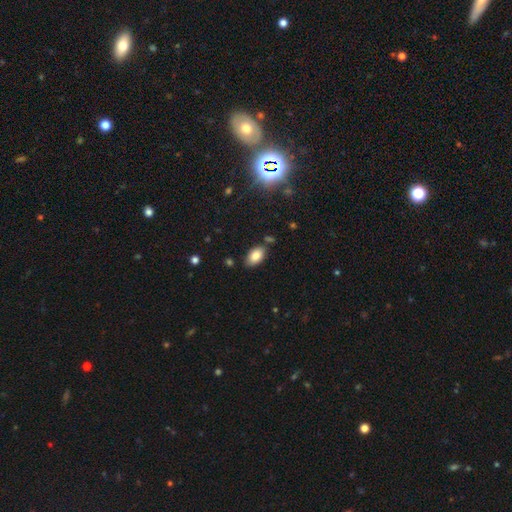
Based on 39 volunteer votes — smooth 87%, featured or disk 8%, star or artifact 5%. Down the decision tree: how rounded — in between (97%); merging — none (76%).